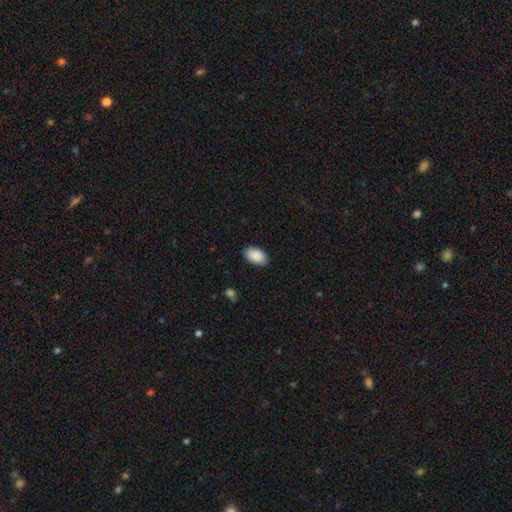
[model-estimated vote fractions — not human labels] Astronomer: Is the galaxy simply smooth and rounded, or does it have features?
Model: smooth — 91%.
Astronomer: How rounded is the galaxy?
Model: in between — 94%.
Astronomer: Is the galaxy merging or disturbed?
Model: none — 86%.